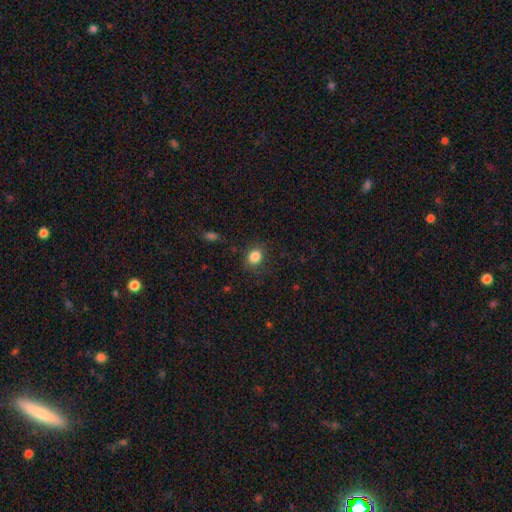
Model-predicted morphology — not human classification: A smooth galaxy with no disk features (85%) that is round (65%). Merging: none (81%).